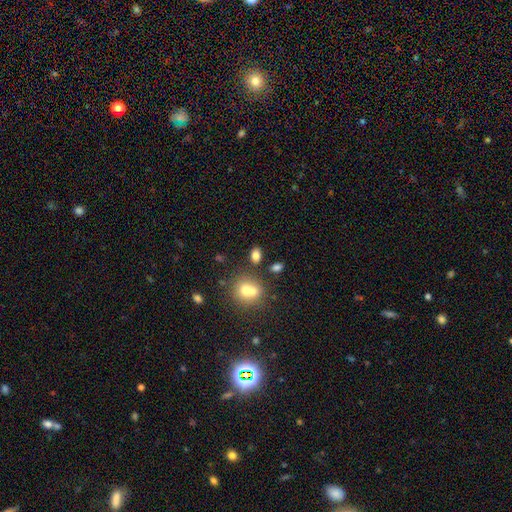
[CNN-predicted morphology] A smooth galaxy with no disk features (79%) that is in between round and cigar-shaped (80%). Merging: none (68%).